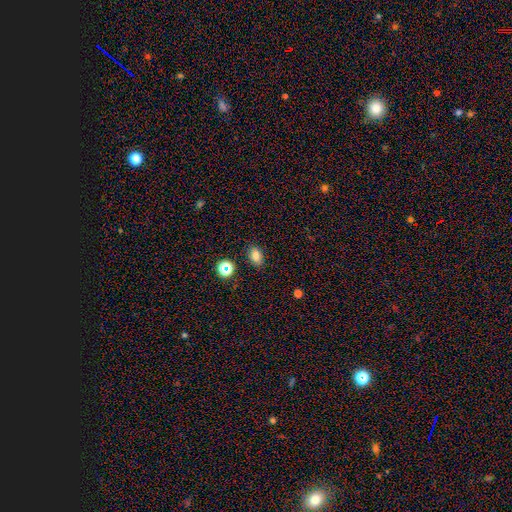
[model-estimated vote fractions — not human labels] smooth_or_featured: smooth (p=0.77) [alt: star or artifact p=0.15]
how_rounded: in between (p=0.79) [alt: round p=0.20]
merging: none (p=0.85) [alt: minor disturbance p=0.10]